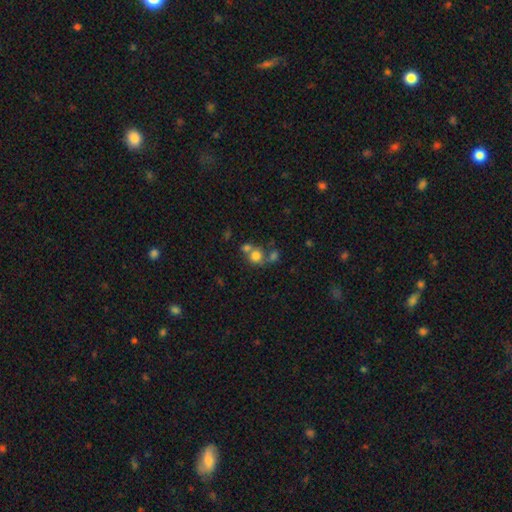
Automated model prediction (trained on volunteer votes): Smooth or featured? smooth (72%)
How rounded? round (82%)
Merging? merger (44%)